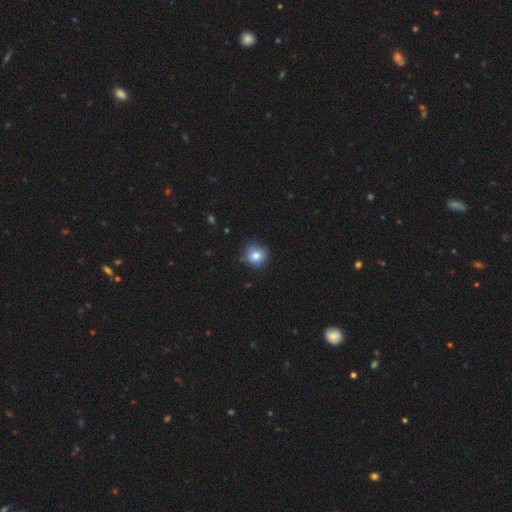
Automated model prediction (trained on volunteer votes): Overall: smooth (81%). How rounded: round (87%). Merging: none (77%).